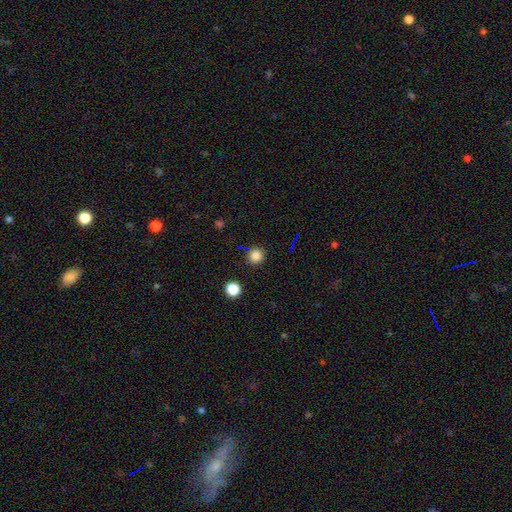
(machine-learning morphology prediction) Smooth or featured? smooth (83%)
How rounded? round (96%)
Merging? none (91%)